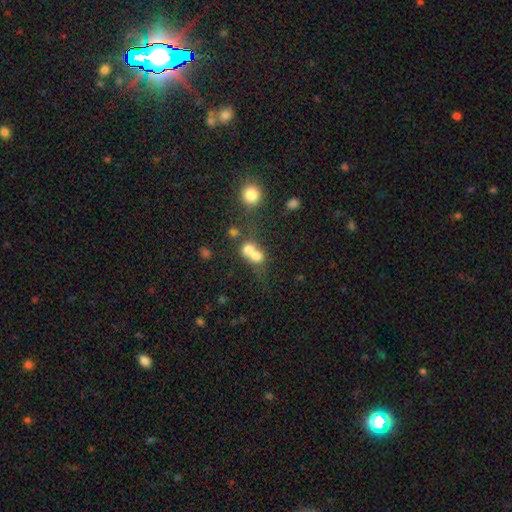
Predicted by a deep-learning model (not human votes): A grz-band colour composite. It shows a smooth galaxy with no disk features (71%) that is round (75%). Merging: merger (64%).